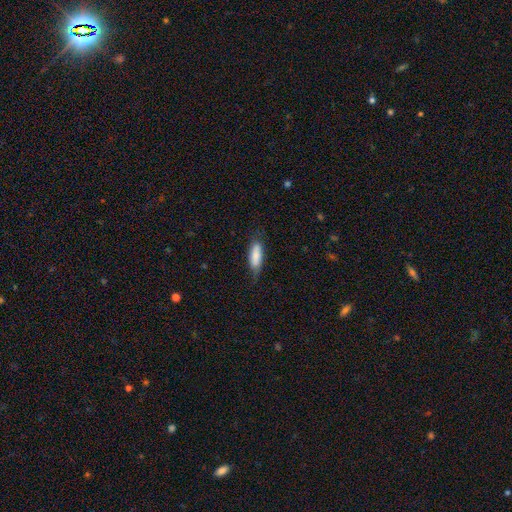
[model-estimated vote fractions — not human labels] Q: Smooth or featured?
A: smooth (81%); runner-up: featured or disk (13%)
Q: How rounded?
A: in between (65%); runner-up: cigar-shaped (33%)
Q: Merging?
A: none (64%); runner-up: minor disturbance (27%)